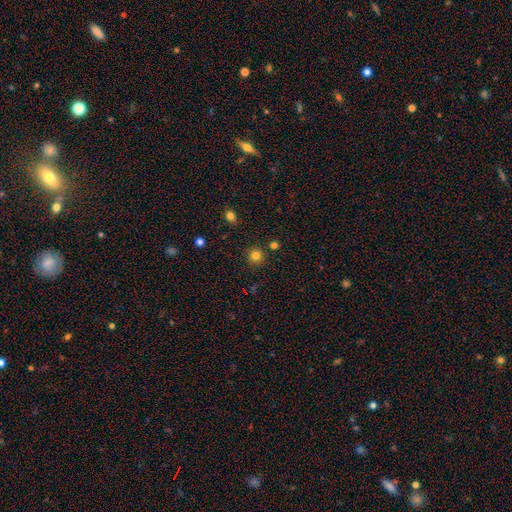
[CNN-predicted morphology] This is clearly a smooth galaxy (81%). How rounded: clearly round (94%). Merging: clearly none (88%).